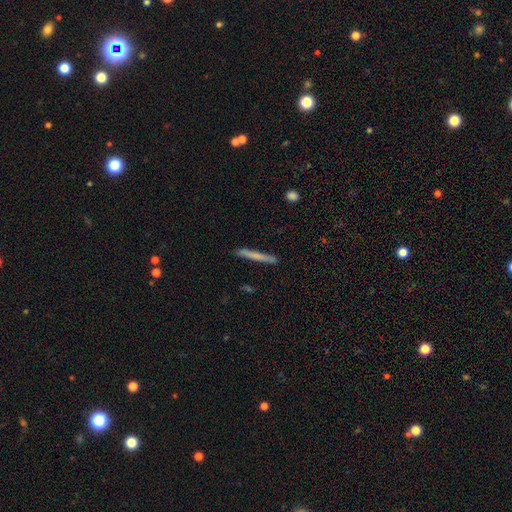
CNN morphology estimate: smooth 64%, featured or disk 30%, star or artifact 6%. Down the decision tree: how rounded — cigar-shaped (97%); merging — none (90%).